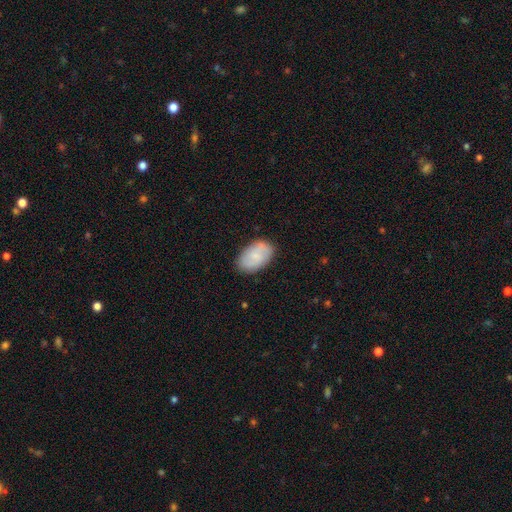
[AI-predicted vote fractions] Overall: smooth (72%). How rounded: in between (92%). Merging: none (82%).